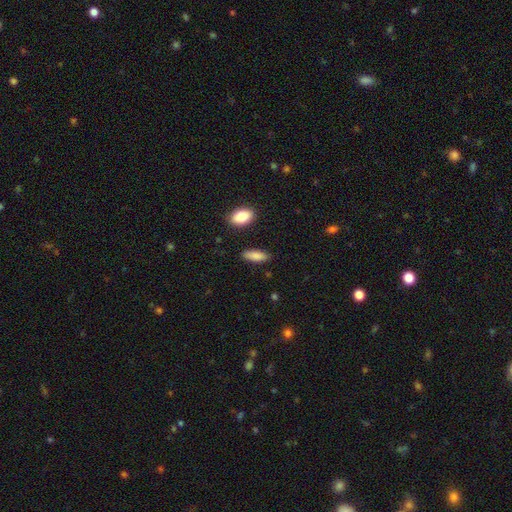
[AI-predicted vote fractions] Overall: smooth (86%). How rounded: in between (65%; cigar-shaped 33%). Merging: none (85%).